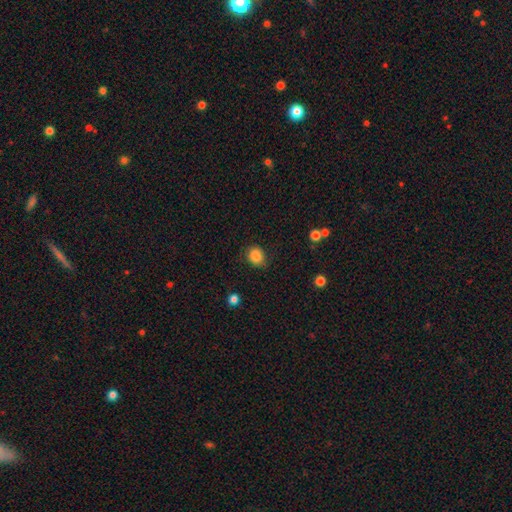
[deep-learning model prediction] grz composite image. It shows a smooth galaxy with no disk features (86%) that is round (65%). Merging: none (76%).